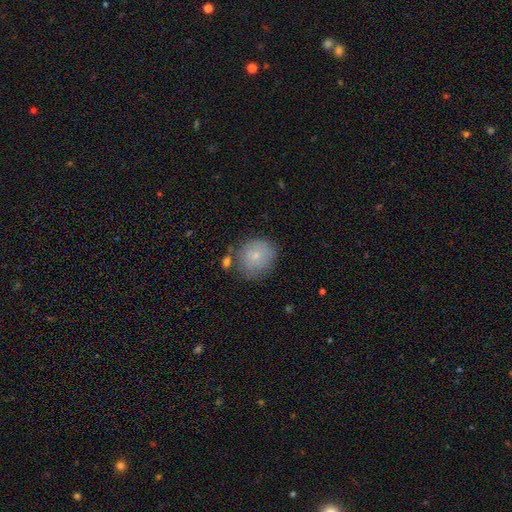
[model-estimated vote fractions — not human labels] Smooth or featured: smooth — 72% (featured or disk — 20%)
How rounded: round — 77% (in between — 22%)
Merging: none — 67% (minor disturbance — 20%)